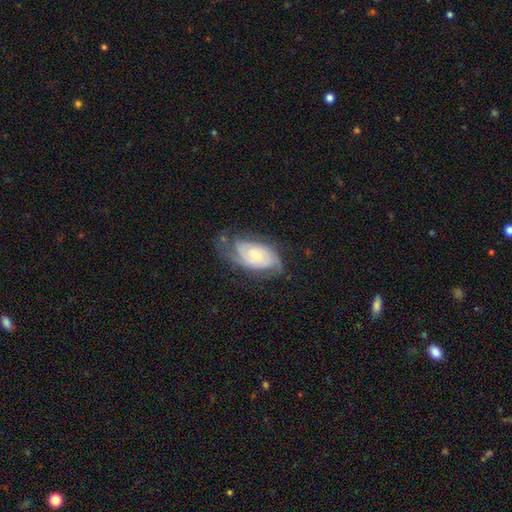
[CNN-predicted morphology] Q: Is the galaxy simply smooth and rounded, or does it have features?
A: featured or disk — 79%.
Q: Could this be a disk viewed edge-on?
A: no — 96%.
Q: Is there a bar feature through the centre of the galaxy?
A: no — 68%.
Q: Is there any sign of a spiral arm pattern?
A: yes — 94%.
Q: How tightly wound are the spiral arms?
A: tight — 52%.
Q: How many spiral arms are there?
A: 2 — 47%.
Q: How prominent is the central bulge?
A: small — 60%.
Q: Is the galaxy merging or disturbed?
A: none — 59%.